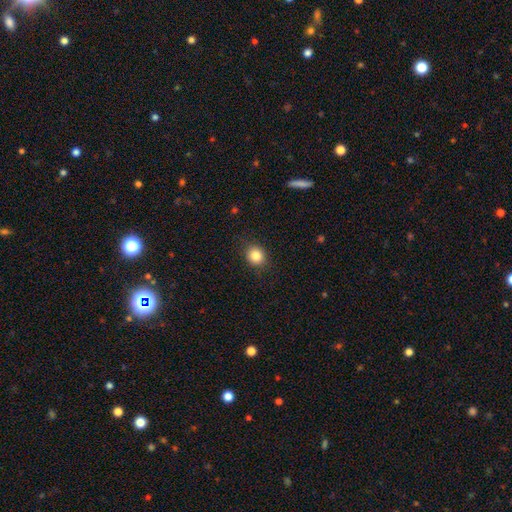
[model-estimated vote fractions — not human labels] The model was most divided on "how rounded": round: 77%, in between: 22%, cigar-shaped: 1%. More confident: merging — none (86%); smooth or featured — smooth (84%).